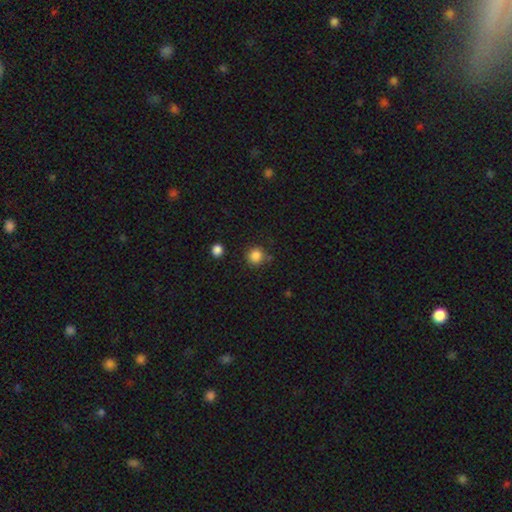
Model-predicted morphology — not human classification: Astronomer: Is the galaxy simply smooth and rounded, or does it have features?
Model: smooth — 85%.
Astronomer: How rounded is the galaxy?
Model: round — 93%.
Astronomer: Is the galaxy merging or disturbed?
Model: none — 83%.